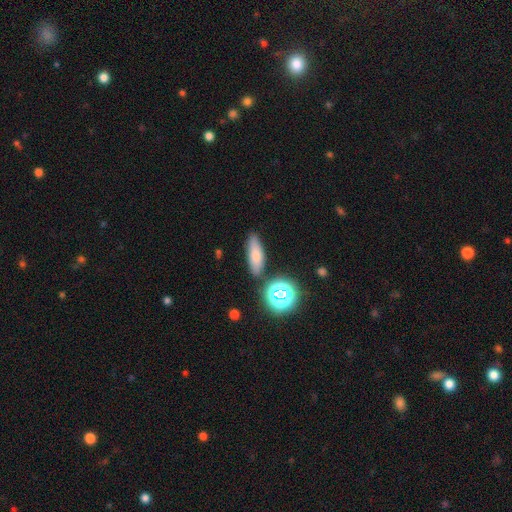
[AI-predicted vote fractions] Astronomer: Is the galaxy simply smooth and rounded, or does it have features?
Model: smooth — 71%.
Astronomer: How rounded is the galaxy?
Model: in between — 57% (runner-up: cigar-shaped, 36%).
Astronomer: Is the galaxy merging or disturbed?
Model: none — 79%.